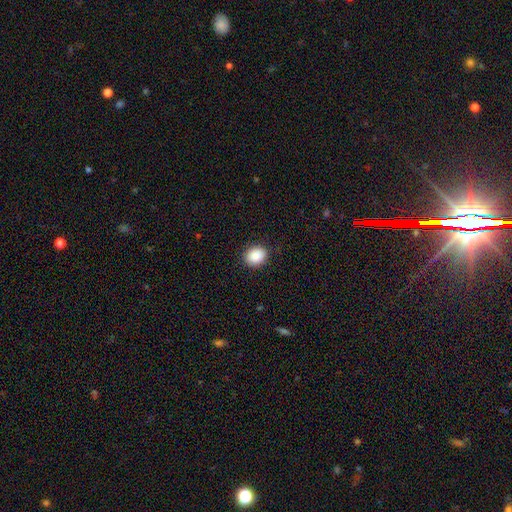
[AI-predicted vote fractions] Q: Smooth or featured?
A: smooth (89%); runner-up: star or artifact (8%)
Q: How rounded?
A: round (51%); runner-up: in between (48%)
Q: Merging?
A: none (88%); runner-up: minor disturbance (9%)